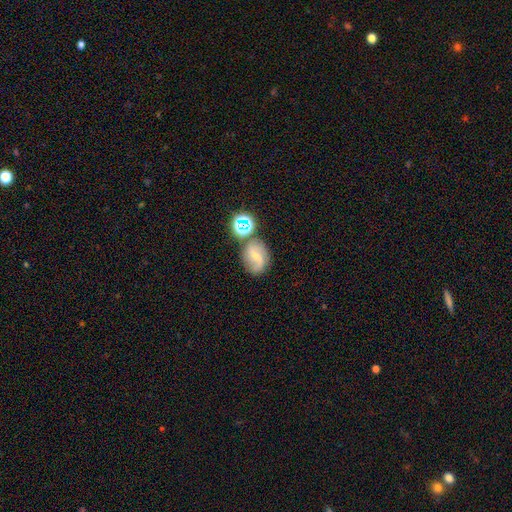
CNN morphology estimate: Smooth or featured: featured or disk — 58% (smooth — 27%)
Edge-on disk: no — 97% (yes — 3%)
Bar: weak — 49% (no — 28%)
Spiral arms: yes — 90% (no — 10%)
Spiral winding: loose — 52% (medium — 36%)
Spiral arm count: 2 — 84% (can't tell — 7%)
Bulge size: small — 65% (moderate — 23%)
Merging: none — 68% (minor disturbance — 15%)